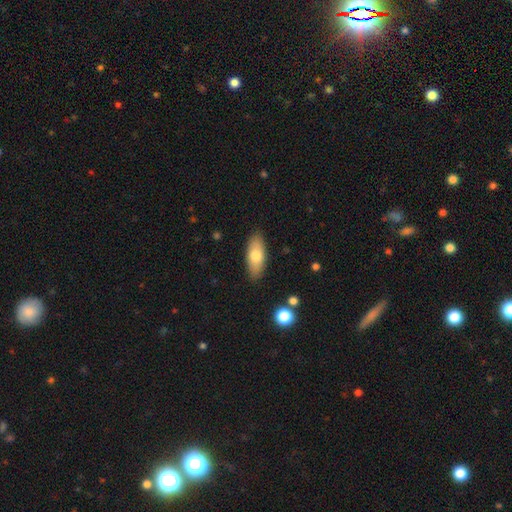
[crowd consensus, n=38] Smooth or featured?
  - smooth: 79% *
  - featured or disk: 16%
  - star or artifact: 5%
How rounded?
  - in between: 77% *
  - cigar-shaped: 20%
  - round: 3%
Merging?
  - none: 89% *
  - minor disturbance: 11%
  - major disturbance: 0%
  - merger: 0%